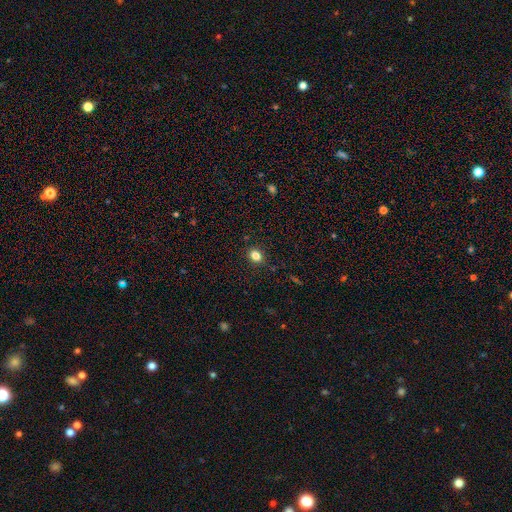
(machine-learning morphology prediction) A smooth galaxy with no disk features (82%) that is round (56%). Merging: none (88%).